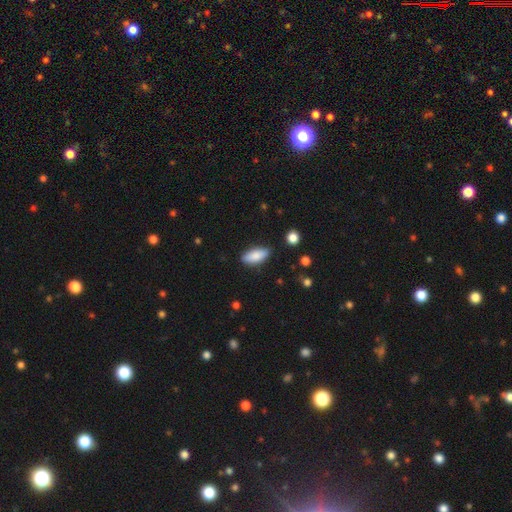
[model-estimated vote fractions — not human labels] smooth 83%, featured or disk 11%, star or artifact 6%. Down the decision tree: how rounded — in between (83%); merging — none (84%).